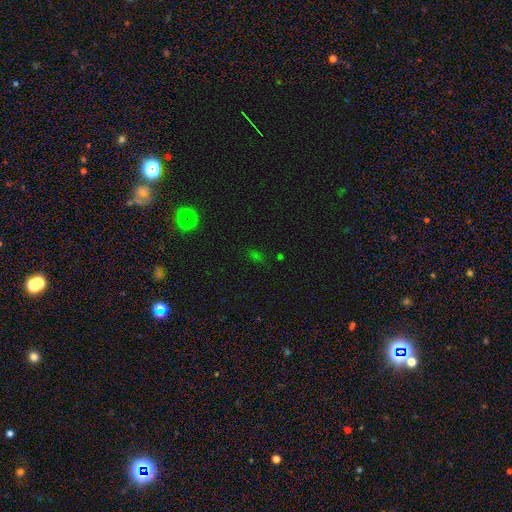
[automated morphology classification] type=star or artifact (58%).